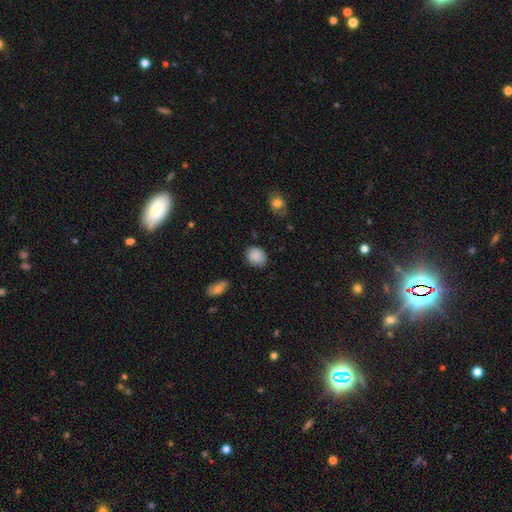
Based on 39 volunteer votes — Smooth or featured?
  - smooth: 90% *
  - featured or disk: 8%
  - star or artifact: 3%
How rounded?
  - in between: 54% *
  - round: 46%
  - cigar-shaped: 0%
Merging?
  - none: 92% *
  - minor disturbance: 8%
  - major disturbance: 0%
  - merger: 0%